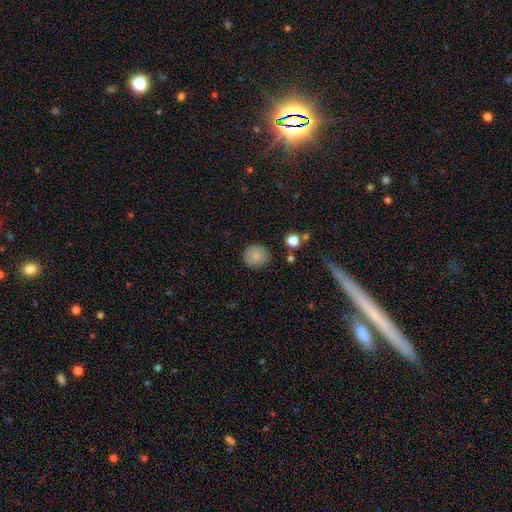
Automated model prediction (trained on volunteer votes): Smooth or featured: smooth — 85% (star or artifact — 9%)
How rounded: round — 91% (in between — 8%)
Merging: none — 87% (minor disturbance — 9%)